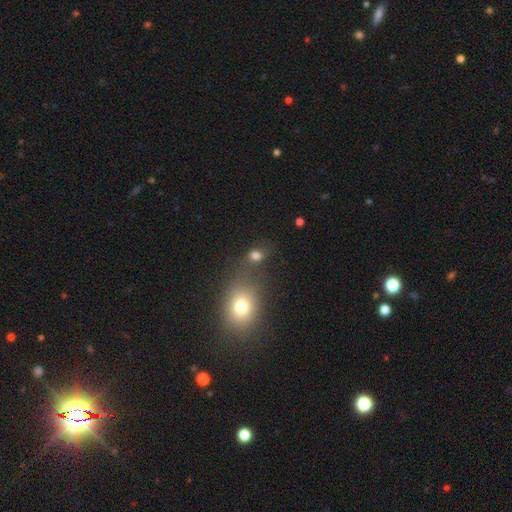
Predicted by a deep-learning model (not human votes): This is likely a smooth galaxy (75%). How rounded: possibly round (50%). Merging: possibly none (51%).